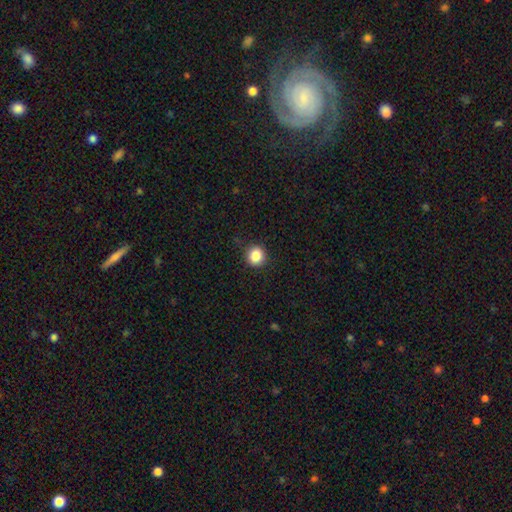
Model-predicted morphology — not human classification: Smooth or featured? Predicted: smooth (p=0.87). How rounded? Predicted: round (p=0.88). Merging? Predicted: none (p=0.90).